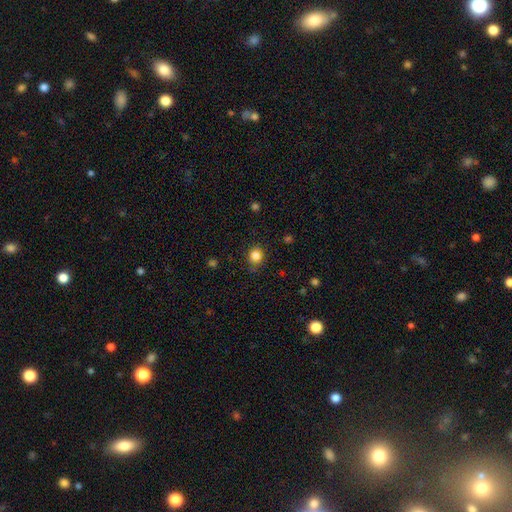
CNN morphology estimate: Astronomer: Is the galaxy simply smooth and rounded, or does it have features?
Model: smooth — 83%.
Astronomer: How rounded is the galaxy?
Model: round — 78%.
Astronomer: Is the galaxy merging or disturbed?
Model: none — 85%.